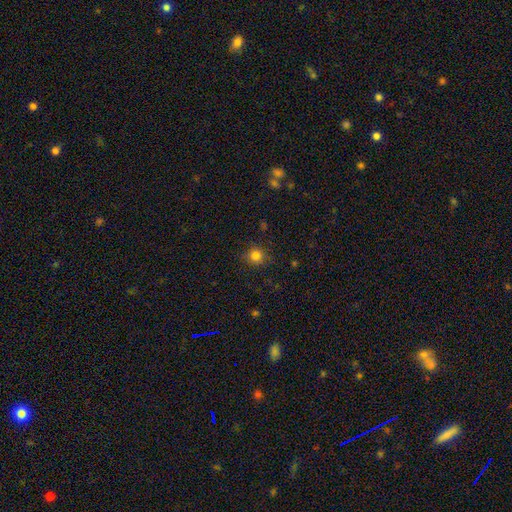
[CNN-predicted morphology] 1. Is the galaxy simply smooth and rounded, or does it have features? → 82% smooth, 13% star or artifact, 5% featured or disk.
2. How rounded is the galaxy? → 87% round, 12% in between, 1% cigar-shaped.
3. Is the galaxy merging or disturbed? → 83% none, 12% minor disturbance, 4% major disturbance, 1% merger.